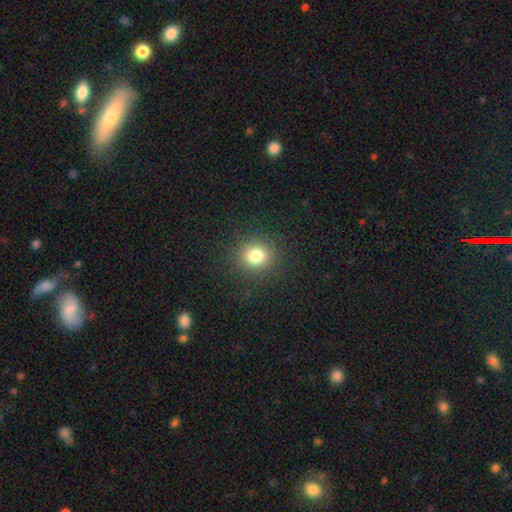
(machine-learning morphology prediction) smooth 80%, star or artifact 13%, featured or disk 7%. Down the decision tree: how rounded — round (83%); merging — none (90%).